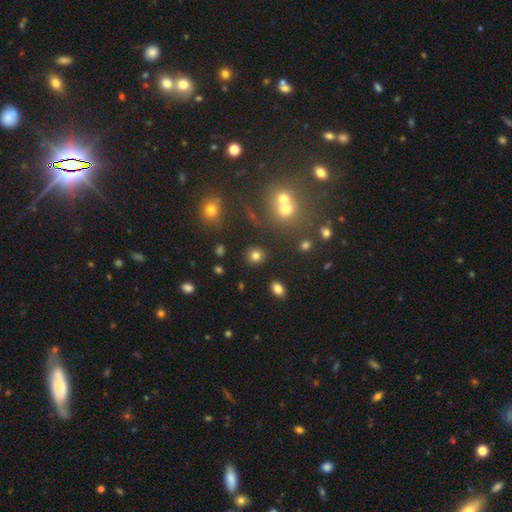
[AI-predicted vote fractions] The model was most divided on "smooth or featured": smooth: 79%, star or artifact: 14%, featured or disk: 7%. More confident: merging — none (85%); how rounded — round (84%).